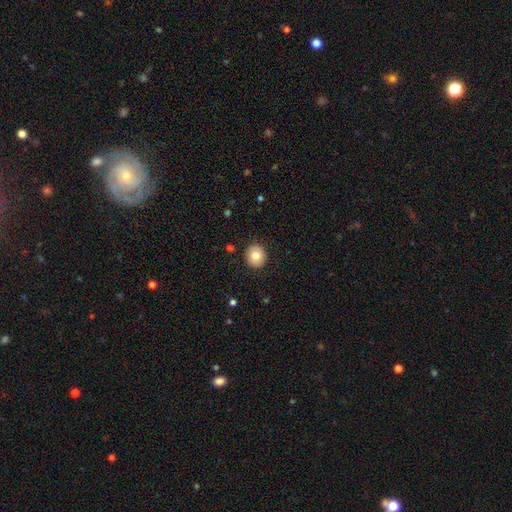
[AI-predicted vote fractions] smooth_or_featured: smooth (p=0.79) [alt: featured or disk p=0.13]
how_rounded: round (p=0.87) [alt: in between p=0.12]
merging: none (p=0.91) [alt: minor disturbance p=0.06]